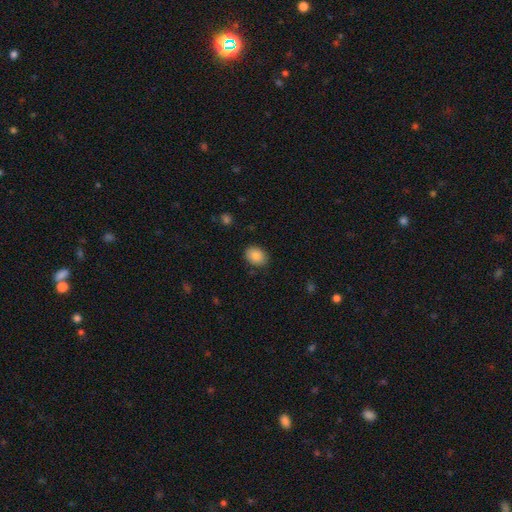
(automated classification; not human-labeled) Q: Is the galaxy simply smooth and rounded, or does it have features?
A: smooth — 86%.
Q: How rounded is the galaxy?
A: in between — 65%.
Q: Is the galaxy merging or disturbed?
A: none — 86%.